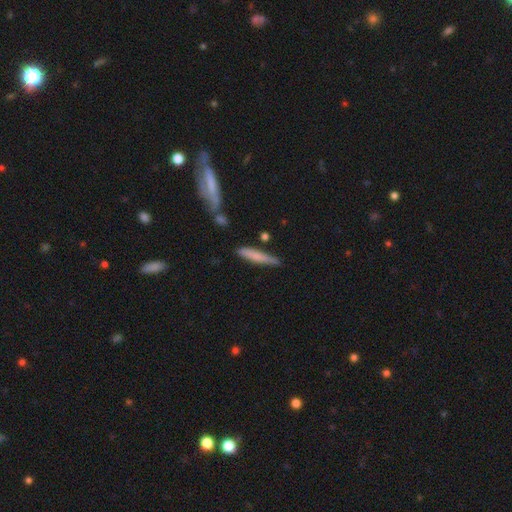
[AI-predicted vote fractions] Q: Smooth or featured?
A: smooth (67%); runner-up: featured or disk (27%)
Q: How rounded?
A: cigar-shaped (90%); runner-up: in between (9%)
Q: Merging?
A: none (67%); runner-up: minor disturbance (20%)